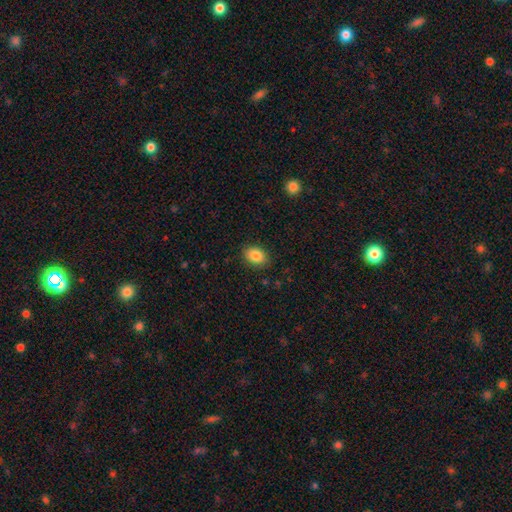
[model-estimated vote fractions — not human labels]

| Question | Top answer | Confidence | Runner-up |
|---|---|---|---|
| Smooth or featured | smooth | 86% | star or artifact (8%) |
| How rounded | in between | 76% | round (23%) |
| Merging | none | 87% | minor disturbance (9%) |